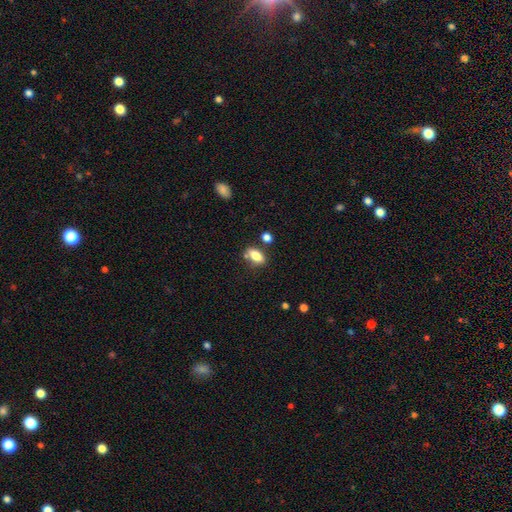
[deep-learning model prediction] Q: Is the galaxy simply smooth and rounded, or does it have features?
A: smooth — 80%.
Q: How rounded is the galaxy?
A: in between — 85%.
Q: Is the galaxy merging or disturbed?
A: none — 70%.